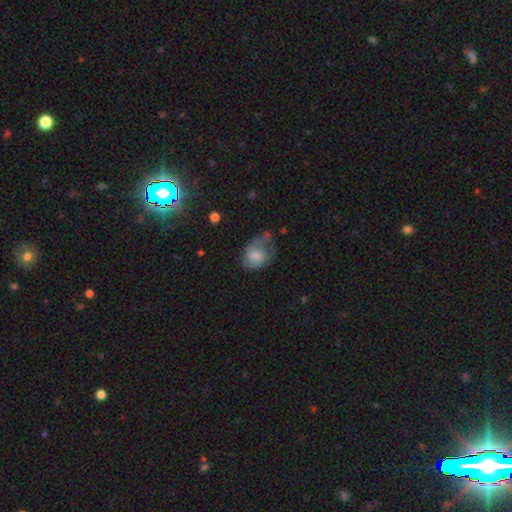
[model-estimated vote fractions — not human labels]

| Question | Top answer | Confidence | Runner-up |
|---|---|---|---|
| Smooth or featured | smooth | 56% | featured or disk (36%) |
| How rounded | in between | 73% | round (25%) |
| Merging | major disturbance | 37% | minor disturbance (32%) |